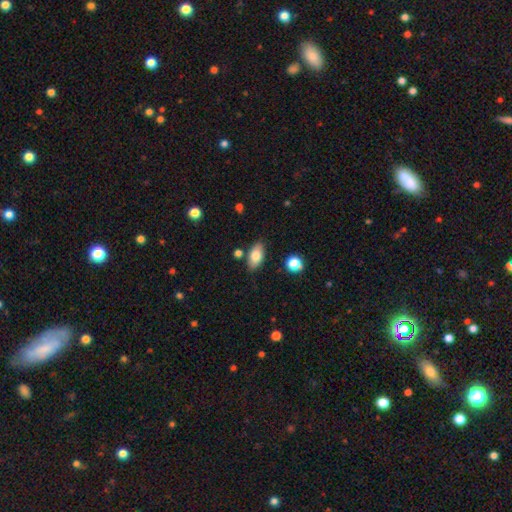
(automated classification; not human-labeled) Smooth or featured? Predicted: smooth (p=0.79). How rounded? Predicted: in between (p=0.90). Merging? Predicted: none (p=0.81).